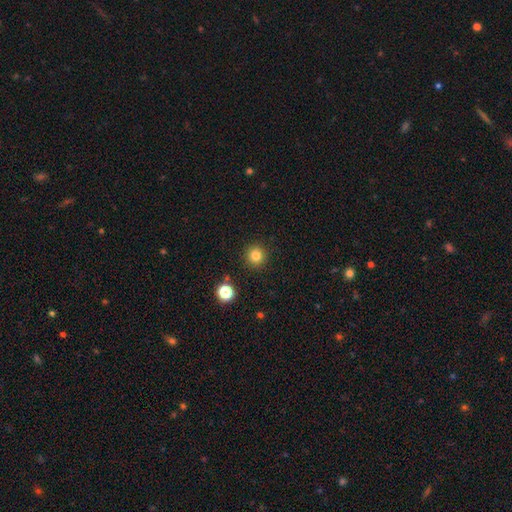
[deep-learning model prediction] The model was most divided on "smooth or featured": smooth: 81%, star or artifact: 13%, featured or disk: 6%. More confident: how rounded — round (95%); merging — none (91%).